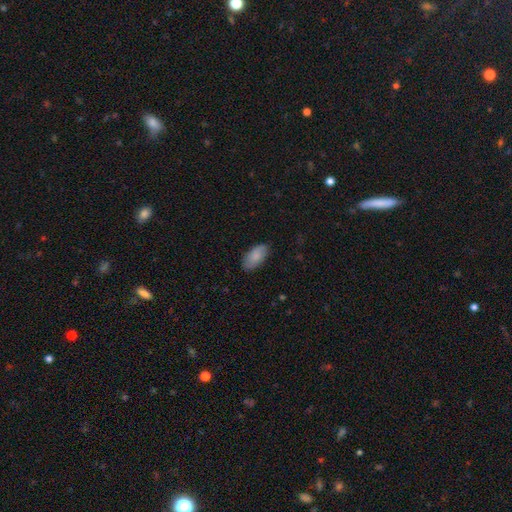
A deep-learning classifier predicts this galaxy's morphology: Smooth or featured?
  - smooth: 84% *
  - featured or disk: 10%
  - star or artifact: 6%
How rounded?
  - in between: 94% *
  - cigar-shaped: 4%
  - round: 2%
Merging?
  - none: 83% *
  - minor disturbance: 13%
  - major disturbance: 3%
  - merger: 1%